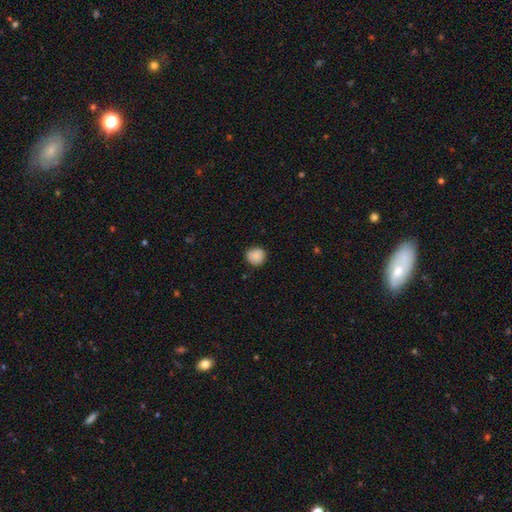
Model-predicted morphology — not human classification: smooth-or-featured: smooth: 88% | star or artifact: 8% | featured or disk: 4%
  how-rounded: round: 89% | in between: 10% | cigar-shaped: 1%
  merging: none: 82% | minor disturbance: 14% | major disturbance: 3% | merger: 1%